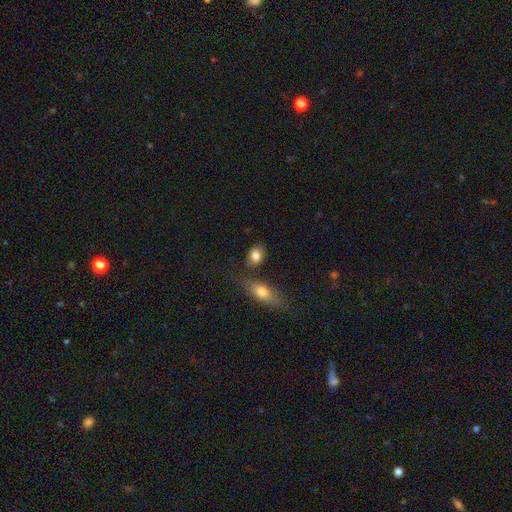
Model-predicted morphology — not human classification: A smooth galaxy with no disk features (82%) that is in between round and cigar-shaped (73%).

Vote fractions:
- Smooth or featured? smooth: 82% / featured or disk: 10% / star or artifact: 8%
- How rounded? in between: 73% / round: 24% / cigar-shaped: 2%
- Merging? none: 70% / minor disturbance: 14% / merger: 13% / major disturbance: 4%